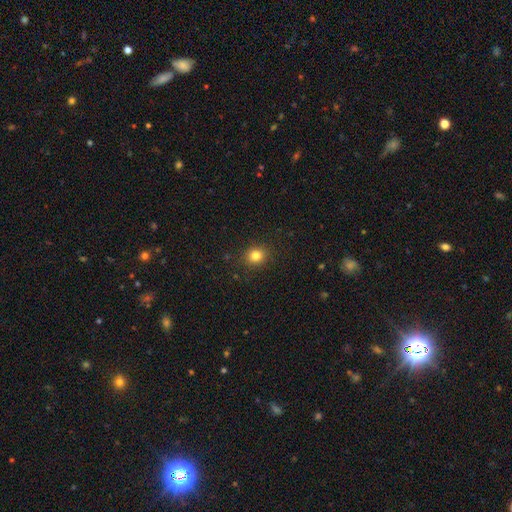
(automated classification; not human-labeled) smooth-or-featured: smooth: 81% | star or artifact: 13% | featured or disk: 6%
  how-rounded: round: 75% | in between: 24% | cigar-shaped: 1%
  merging: none: 89% | minor disturbance: 8% | major disturbance: 2% | merger: 1%